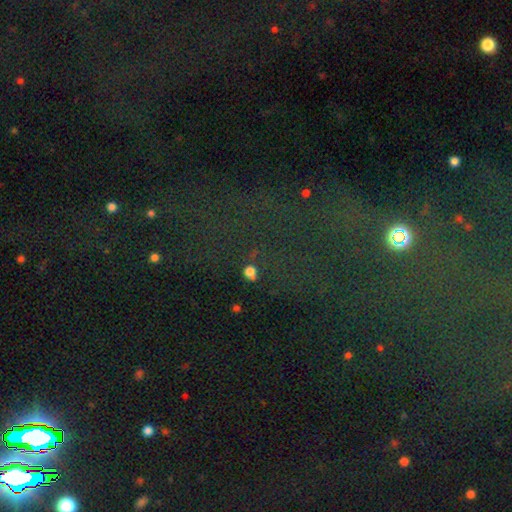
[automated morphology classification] star or artifact 70%, smooth 16%, featured or disk 14%.